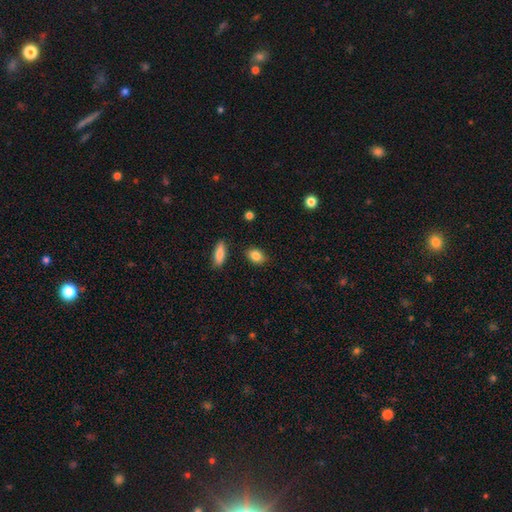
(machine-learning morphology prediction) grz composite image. It shows a smooth galaxy with no disk features (86%) that is in between round and cigar-shaped (75%). Merging: none (86%).